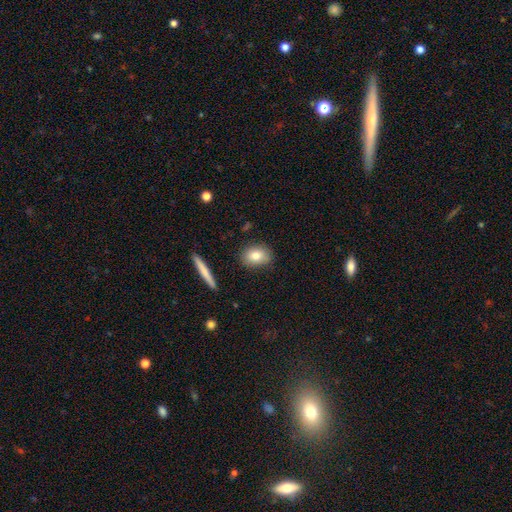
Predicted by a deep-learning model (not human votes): Q: Smooth or featured?
A: smooth (79%); runner-up: featured or disk (13%)
Q: How rounded?
A: in between (67%); runner-up: round (30%)
Q: Merging?
A: none (84%); runner-up: minor disturbance (11%)